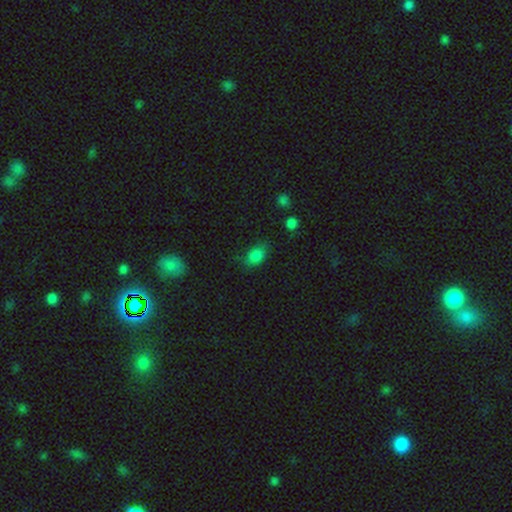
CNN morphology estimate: This appears to be a smooth galaxy with no disk features (82%) that is in between round and cigar-shaped (81%). Merging: none (71%).